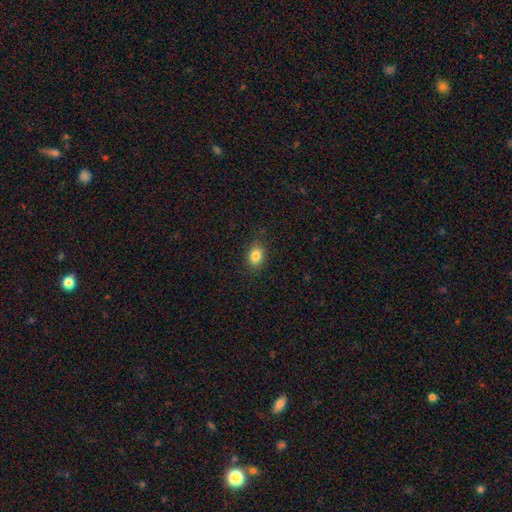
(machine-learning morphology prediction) This is clearly a smooth galaxy (84%). How rounded: likely in between (65%). Merging: clearly none (86%).